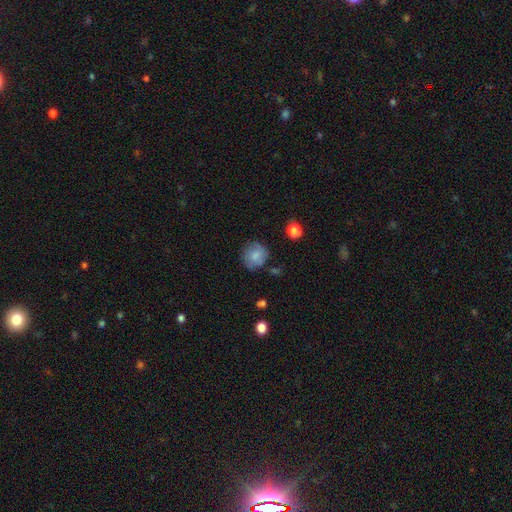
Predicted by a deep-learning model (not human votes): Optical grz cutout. It shows a smooth galaxy with no disk features (79%) that is round (85%). Merging: none (74%).